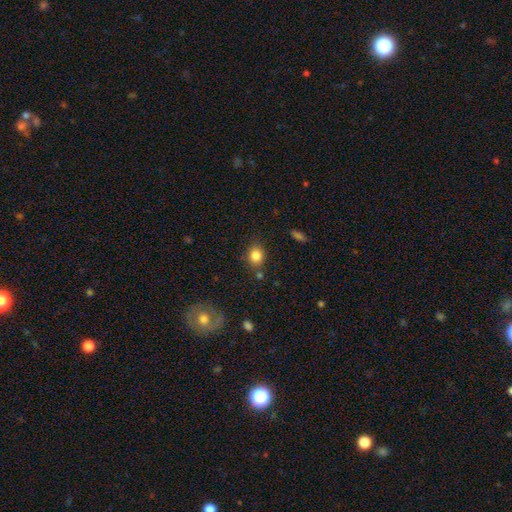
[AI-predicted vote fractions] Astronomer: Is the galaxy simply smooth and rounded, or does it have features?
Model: smooth — 83%.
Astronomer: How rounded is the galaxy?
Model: round — 65%.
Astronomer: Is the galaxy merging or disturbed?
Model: none — 78%.